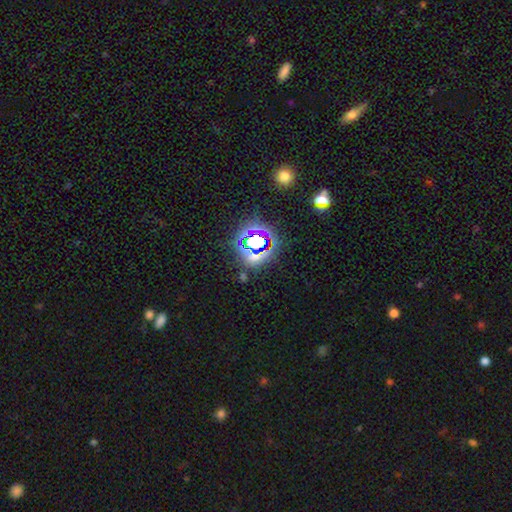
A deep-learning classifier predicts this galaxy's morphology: This appears to be a star or artifact, not a galaxy (73%).